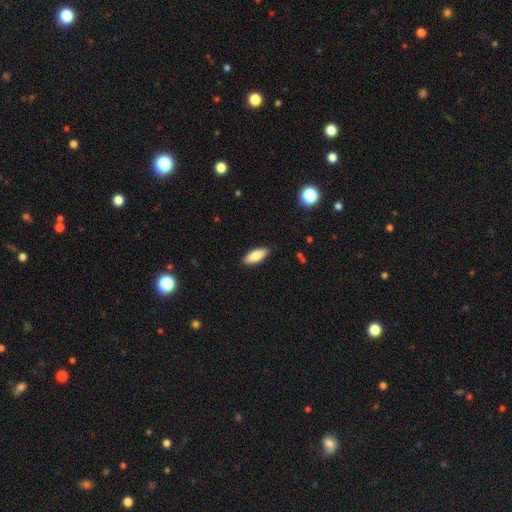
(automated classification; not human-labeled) A smooth galaxy with no disk features (83%) that is in between round and cigar-shaped (75%).

Vote fractions:
- Smooth or featured? smooth: 83% / featured or disk: 10% / star or artifact: 6%
- How rounded? in between: 75% / cigar-shaped: 24% / round: 2%
- Merging? none: 89% / minor disturbance: 8% / major disturbance: 2% / merger: 1%